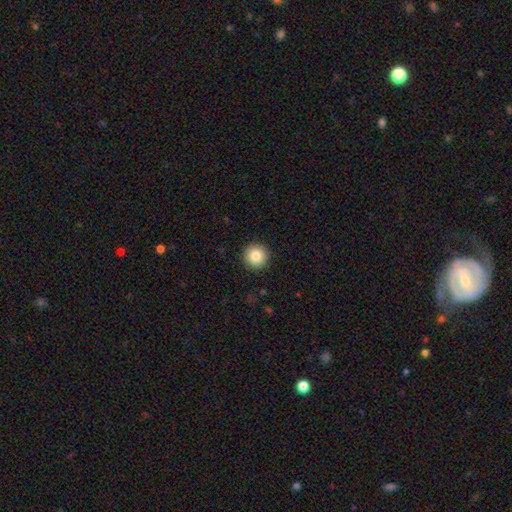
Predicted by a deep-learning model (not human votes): This appears to be a smooth galaxy with no disk features (84%) that is round (96%). Merging: none (92%).